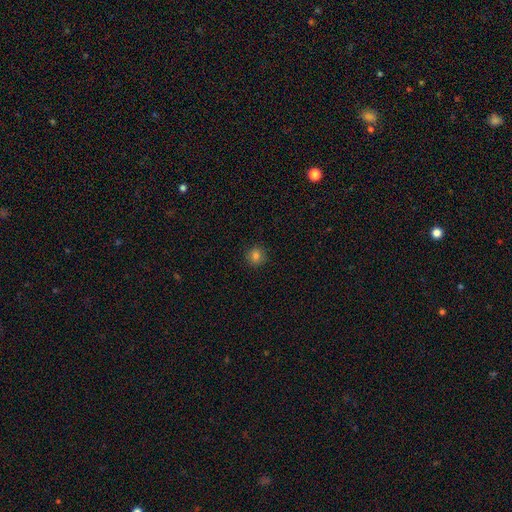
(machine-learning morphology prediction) This is clearly a smooth galaxy (82%). How rounded: clearly round (92%). Merging: clearly none (91%).